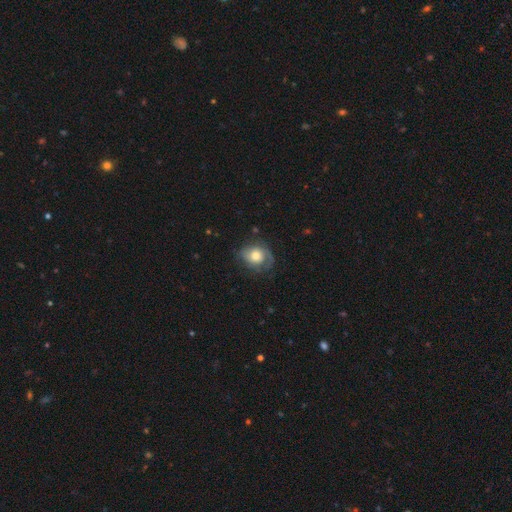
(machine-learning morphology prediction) smooth-or-featured: featured or disk: 49% | smooth: 44% | star or artifact: 8%
  merging: none: 59% | minor disturbance: 24% | major disturbance: 15% | merger: 2%